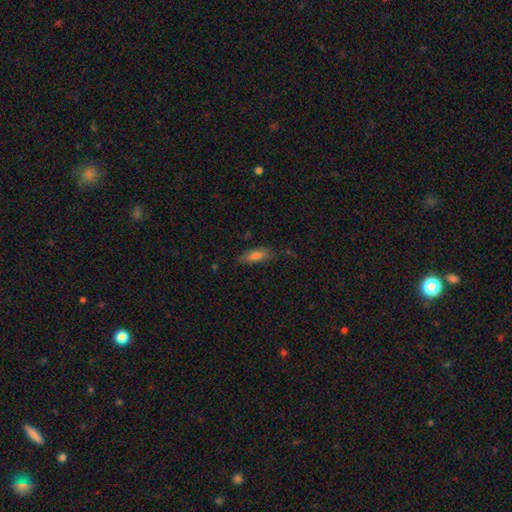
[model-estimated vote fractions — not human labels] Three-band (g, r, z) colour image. It shows a smooth galaxy with no disk features (77%) that is in between round and cigar-shaped (55%). Merging: none (79%).